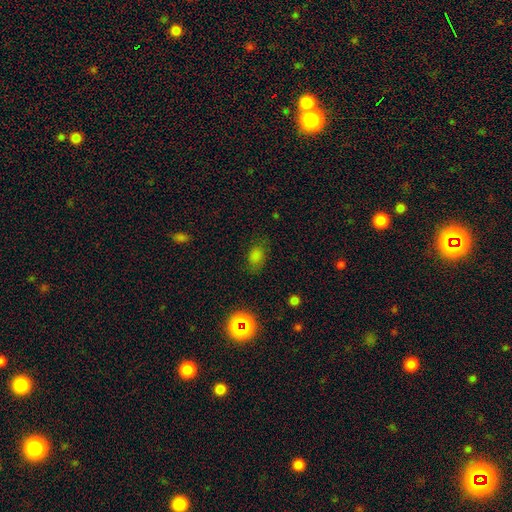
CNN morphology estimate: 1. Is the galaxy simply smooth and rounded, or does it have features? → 70% smooth, 23% star or artifact, 7% featured or disk.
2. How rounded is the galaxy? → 72% in between, 26% round, 2% cigar-shaped.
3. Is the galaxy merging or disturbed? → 75% none, 17% minor disturbance, 6% major disturbance, 2% merger.